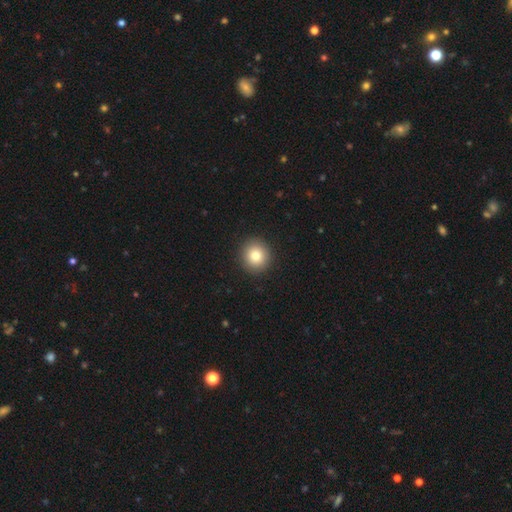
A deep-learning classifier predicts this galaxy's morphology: A smooth galaxy with no disk features (81%) that is round (93%). Merging: none (92%).